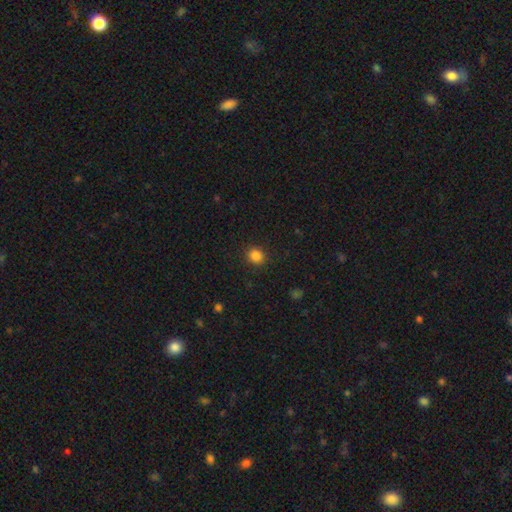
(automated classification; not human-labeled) smooth_or_featured: smooth (p=0.85) [alt: star or artifact p=0.11]
how_rounded: round (p=0.80) [alt: in between p=0.19]
merging: none (p=0.90) [alt: minor disturbance p=0.07]